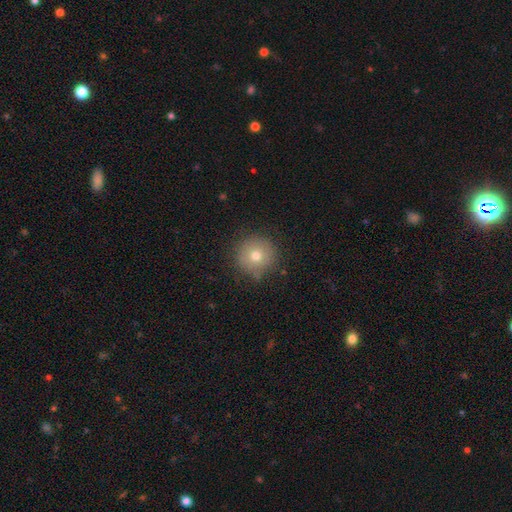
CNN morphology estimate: Smooth or featured: smooth — 73% (featured or disk — 14%)
How rounded: round — 95% (in between — 4%)
Merging: none — 84% (minor disturbance — 12%)